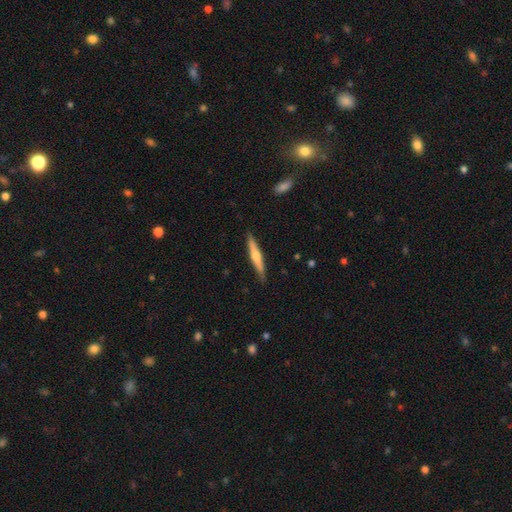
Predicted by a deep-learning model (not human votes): Smooth or featured?
  - featured or disk: 57% *
  - smooth: 38%
  - star or artifact: 5%
Edge-on disk?
  - yes: 97% *
  - no: 3%
Edge-on bulge?
  - rounded: 81% *
  - none: 12%
  - boxy: 7%
Merging?
  - none: 89% *
  - minor disturbance: 8%
  - major disturbance: 2%
  - merger: 1%